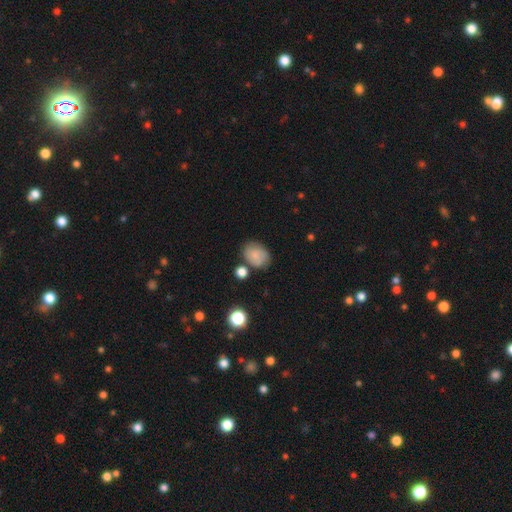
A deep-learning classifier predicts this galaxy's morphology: Q: Smooth or featured?
A: smooth (71%); runner-up: featured or disk (19%)
Q: How rounded?
A: in between (58%); runner-up: round (41%)
Q: Merging?
A: none (67%); runner-up: minor disturbance (19%)